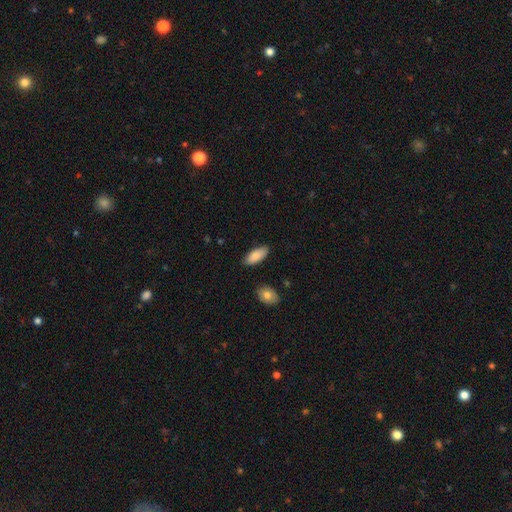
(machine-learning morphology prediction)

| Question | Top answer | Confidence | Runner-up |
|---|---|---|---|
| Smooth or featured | smooth | 84% | featured or disk (10%) |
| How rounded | in between | 86% | cigar-shaped (13%) |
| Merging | none | 84% | minor disturbance (12%) |